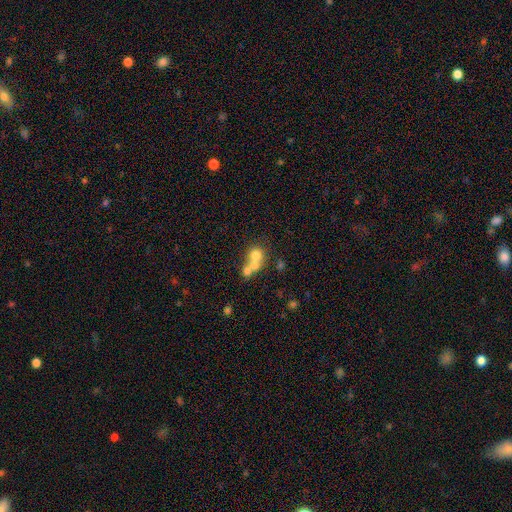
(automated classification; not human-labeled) Q: Smooth or featured?
A: smooth (64%); runner-up: featured or disk (24%)
Q: How rounded?
A: round (82%); runner-up: in between (17%)
Q: Merging?
A: merger (61%); runner-up: none (29%)